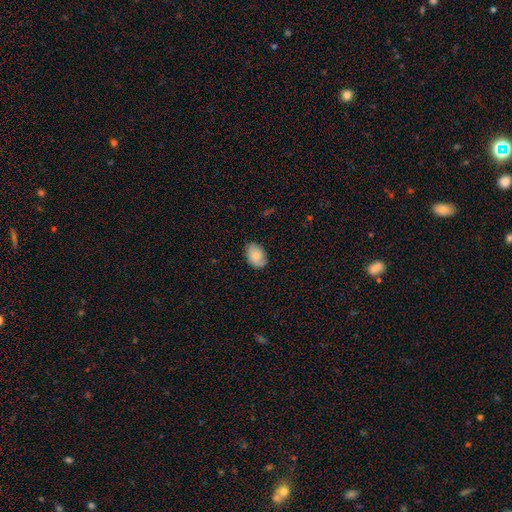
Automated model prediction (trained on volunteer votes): This is likely a smooth galaxy (79%). How rounded: clearly in between (82%). Merging: likely none (77%).